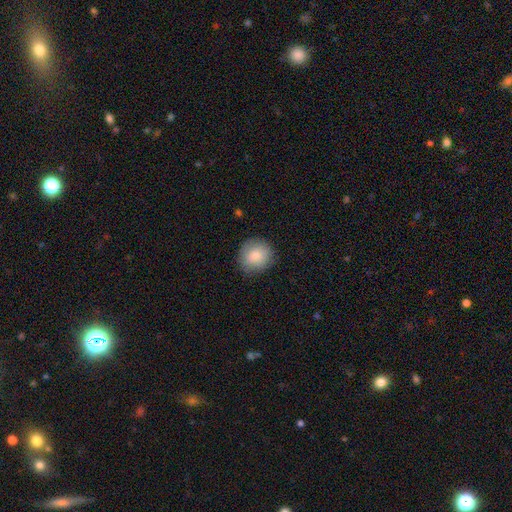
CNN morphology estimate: This appears to be a smooth galaxy with no disk features (85%) that is round (86%). Merging: none (84%).